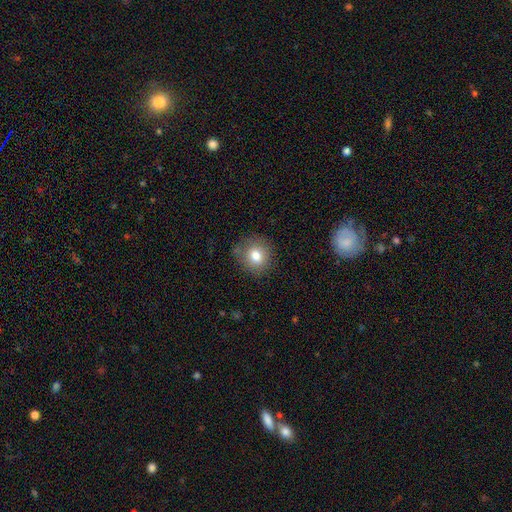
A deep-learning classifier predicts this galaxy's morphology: This appears to be a smooth galaxy with no disk features (79%) that is round (86%). Merging: none (81%).